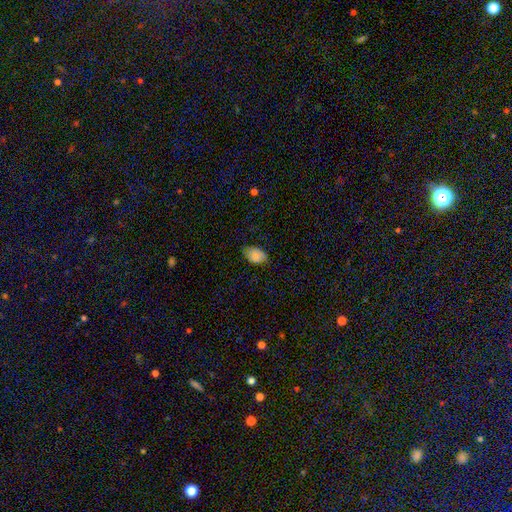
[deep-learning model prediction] Q: Smooth or featured?
A: smooth (84%); runner-up: featured or disk (9%)
Q: How rounded?
A: in between (85%); runner-up: round (14%)
Q: Merging?
A: none (71%); runner-up: minor disturbance (24%)